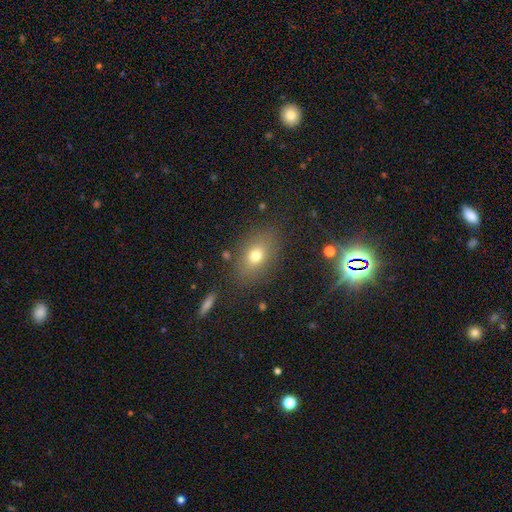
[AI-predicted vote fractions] This appears to be a smooth galaxy with no disk features (73%) that is in between round and cigar-shaped (75%). Merging: none (81%).